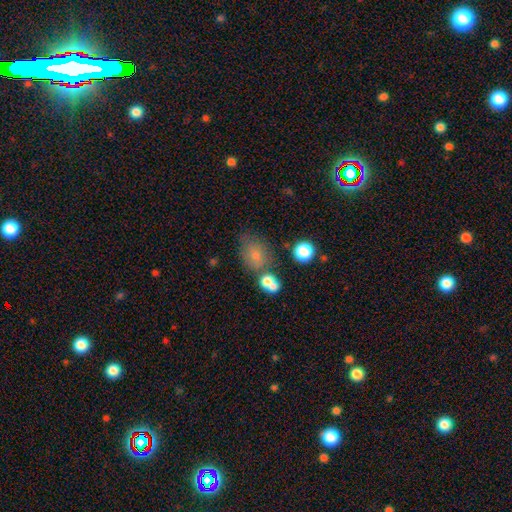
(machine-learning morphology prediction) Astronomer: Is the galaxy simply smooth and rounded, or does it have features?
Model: smooth — 72%.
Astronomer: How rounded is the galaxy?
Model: in between — 66%.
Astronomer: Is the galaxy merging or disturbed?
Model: none — 51%.